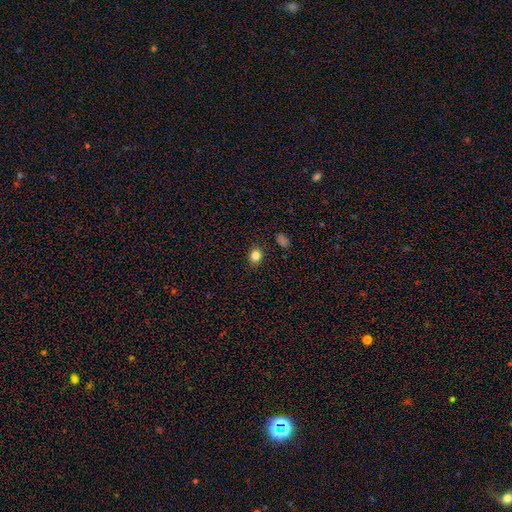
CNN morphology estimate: smooth 83%, star or artifact 12%, featured or disk 5%. Down the decision tree: how rounded — round (64%); merging — none (89%).